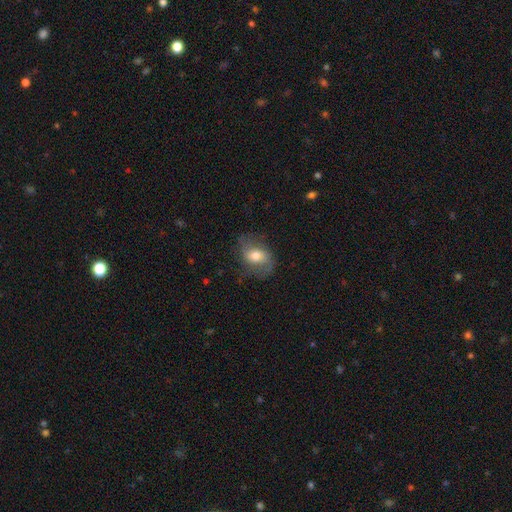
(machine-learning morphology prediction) Overall: featured or disk (51%; smooth 40%). Edge-on disk: no (95%). Merging: none (66%).